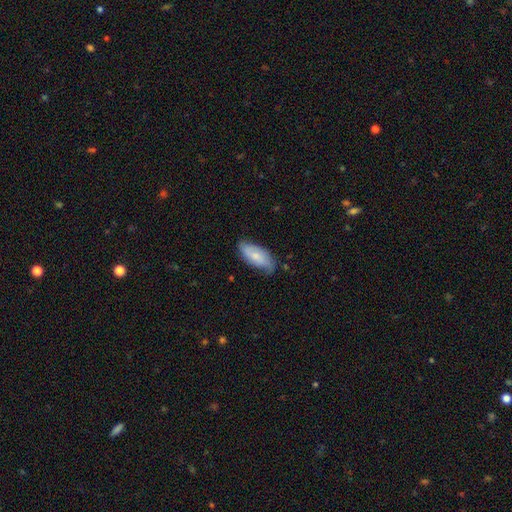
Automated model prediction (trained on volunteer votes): A smooth galaxy with no disk features (65%) that is in between round and cigar-shaped (84%).

Vote fractions:
- Smooth or featured? smooth: 65% / featured or disk: 29% / star or artifact: 6%
- How rounded? in between: 84% / cigar-shaped: 14% / round: 2%
- Merging? none: 67% / minor disturbance: 27% / major disturbance: 5% / merger: 1%